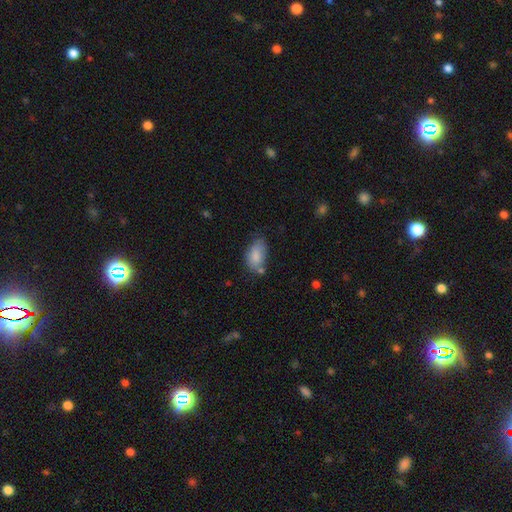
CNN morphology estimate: Overall: smooth (84%). How rounded: in between (92%). Merging: none (57%; minor disturbance 28%).